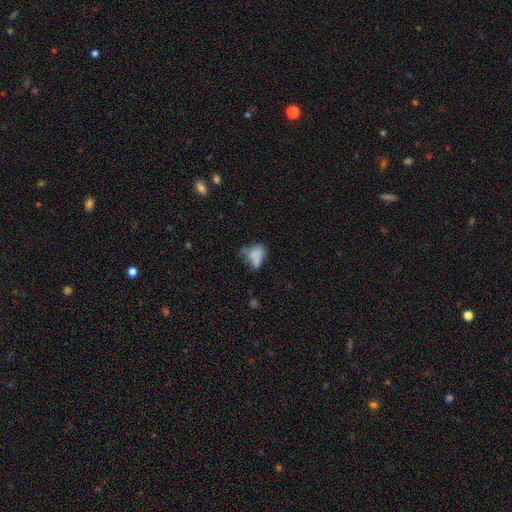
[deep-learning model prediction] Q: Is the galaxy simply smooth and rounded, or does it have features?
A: smooth — 71%.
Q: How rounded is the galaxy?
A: in between — 82%.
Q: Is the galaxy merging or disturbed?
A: minor disturbance — 32%.